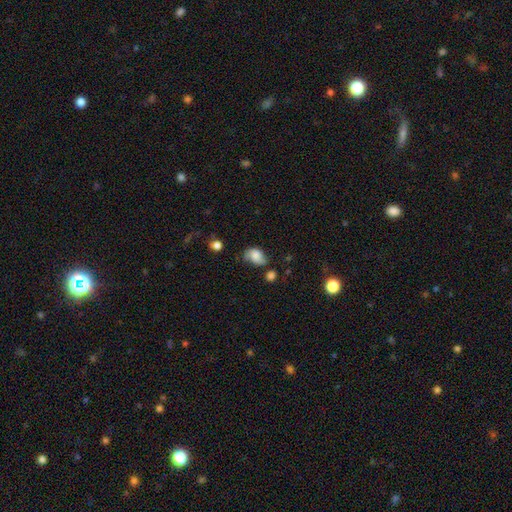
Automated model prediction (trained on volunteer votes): A smooth galaxy with no disk features (68%) that is in between round and cigar-shaped (82%).

Vote fractions:
- Smooth or featured? smooth: 68% / featured or disk: 22% / star or artifact: 10%
- How rounded? in between: 82% / round: 17% / cigar-shaped: 1%
- Merging? none: 39% / minor disturbance: 38% / major disturbance: 16% / merger: 7%